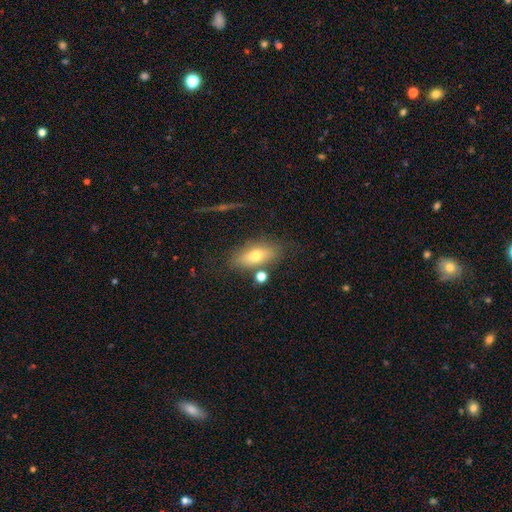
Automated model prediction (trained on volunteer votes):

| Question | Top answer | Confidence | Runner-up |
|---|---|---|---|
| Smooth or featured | smooth | 68% | featured or disk (23%) |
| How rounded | in between | 77% | cigar-shaped (16%) |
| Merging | none | 73% | minor disturbance (14%) |